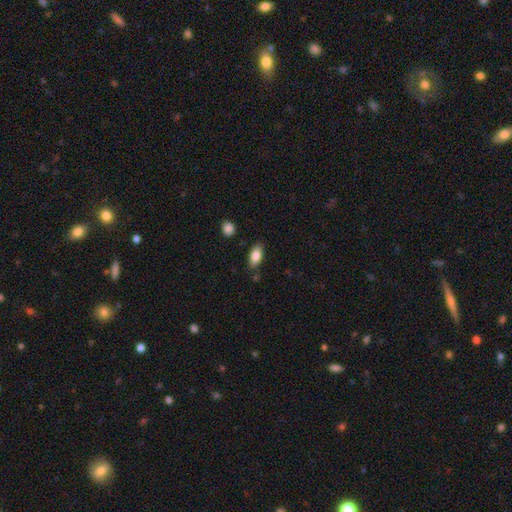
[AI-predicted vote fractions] The model was most divided on "merging": none: 81%, minor disturbance: 13%, merger: 3%, major disturbance: 3%. More confident: how rounded — in between (90%); smooth or featured — smooth (85%).